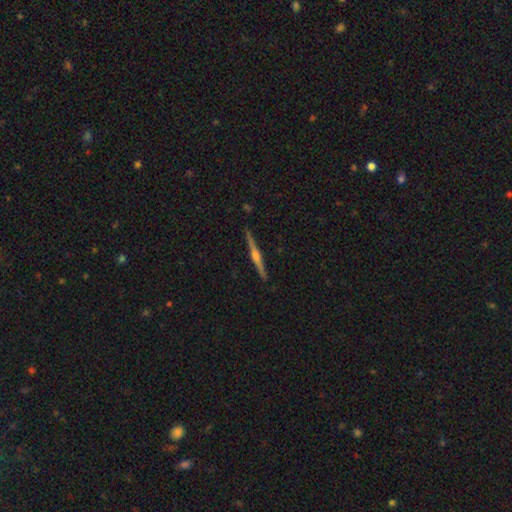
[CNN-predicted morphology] featured or disk 81%, smooth 13%, star or artifact 5%. Down the decision tree: edge-on disk — yes (99%); edge-on bulge — rounded (88%); merging — none (91%).